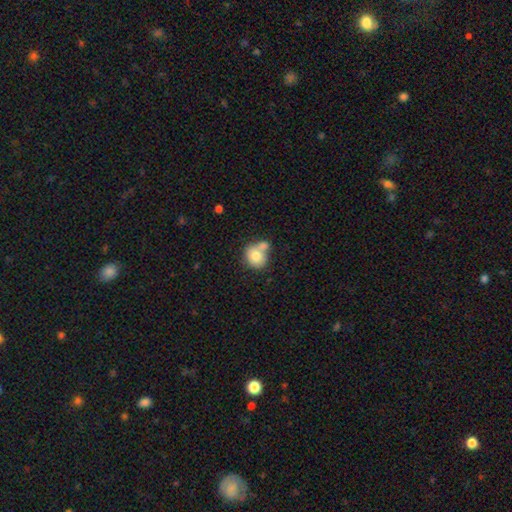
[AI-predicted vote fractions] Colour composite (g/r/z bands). It shows a smooth galaxy with no disk features (77%) that is round (76%). Merging: merger (46%).